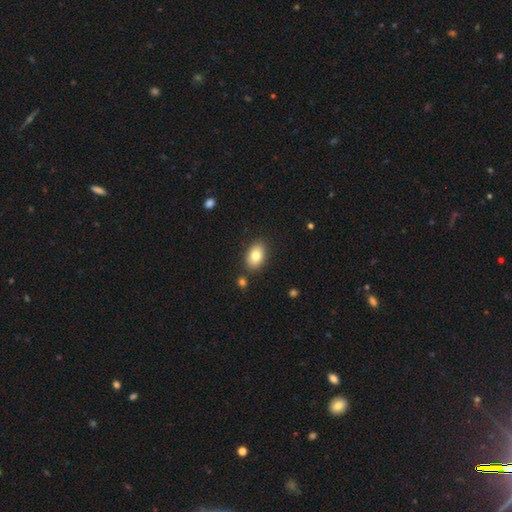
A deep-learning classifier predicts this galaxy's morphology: Smooth or featured? smooth (81%)
How rounded? in between (86%)
Merging? none (85%)